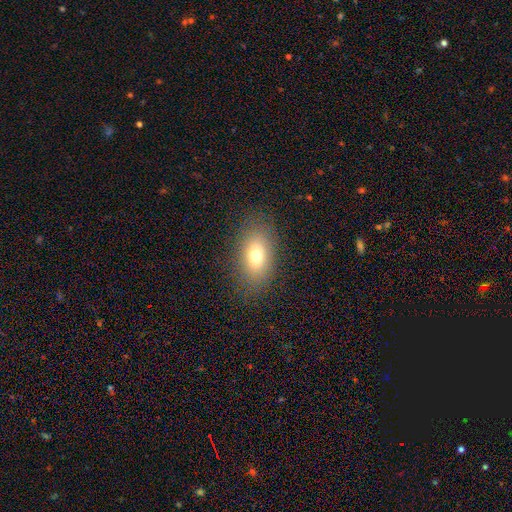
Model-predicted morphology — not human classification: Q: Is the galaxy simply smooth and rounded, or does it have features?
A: smooth — 73%.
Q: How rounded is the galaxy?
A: in between — 86%.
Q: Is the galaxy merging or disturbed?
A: none — 85%.